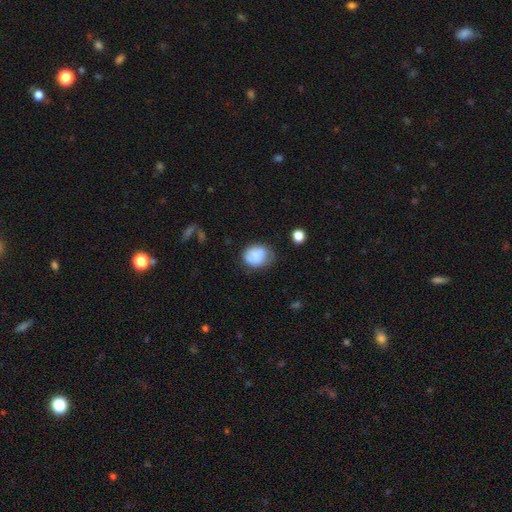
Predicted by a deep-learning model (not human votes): smooth-or-featured: smooth: 77% | featured or disk: 14% | star or artifact: 9%
  how-rounded: round: 56% | in between: 43% | cigar-shaped: 1%
  merging: none: 56% | minor disturbance: 30% | major disturbance: 10% | merger: 4%